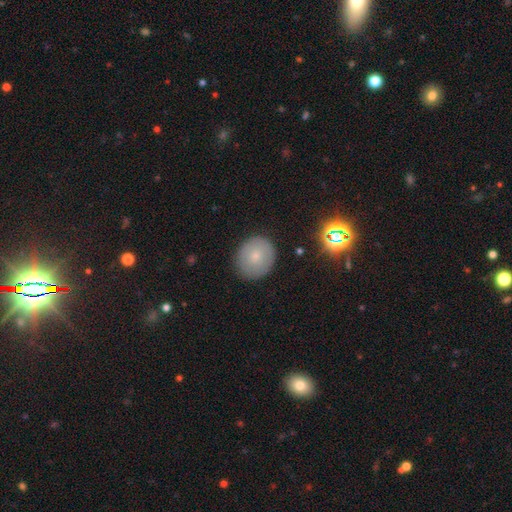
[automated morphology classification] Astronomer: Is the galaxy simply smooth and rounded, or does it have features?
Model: smooth — 74%.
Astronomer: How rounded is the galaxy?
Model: round — 81%.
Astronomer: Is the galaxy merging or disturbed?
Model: none — 86%.